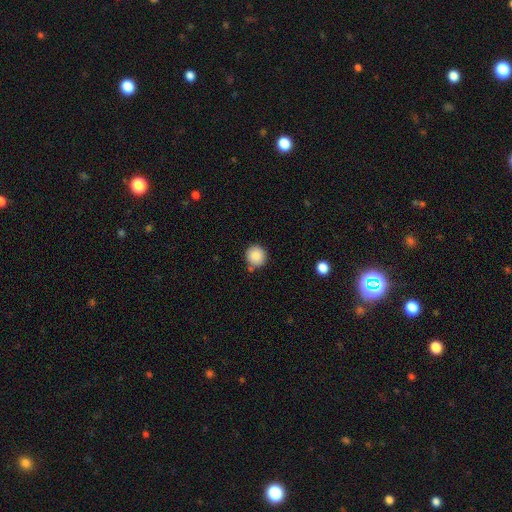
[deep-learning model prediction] A smooth galaxy with no disk features (88%) that is round (92%).

Vote fractions:
- Smooth or featured? smooth: 88% / star or artifact: 9% / featured or disk: 4%
- How rounded? round: 92% / in between: 7% / cigar-shaped: 1%
- Merging? none: 82% / minor disturbance: 10% / merger: 5% / major disturbance: 3%